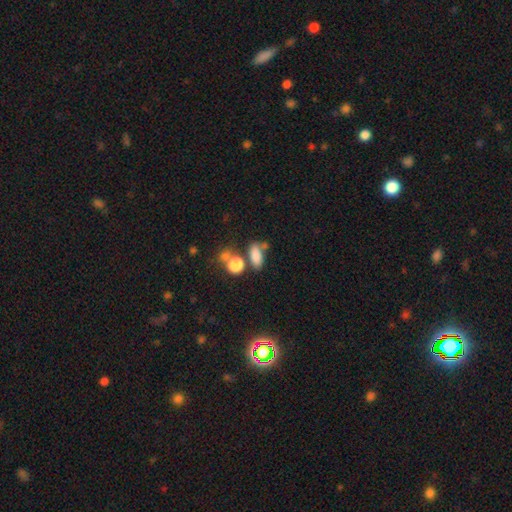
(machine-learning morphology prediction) This is clearly a smooth galaxy (81%). How rounded: clearly in between (80%). Merging: possibly none (55%).